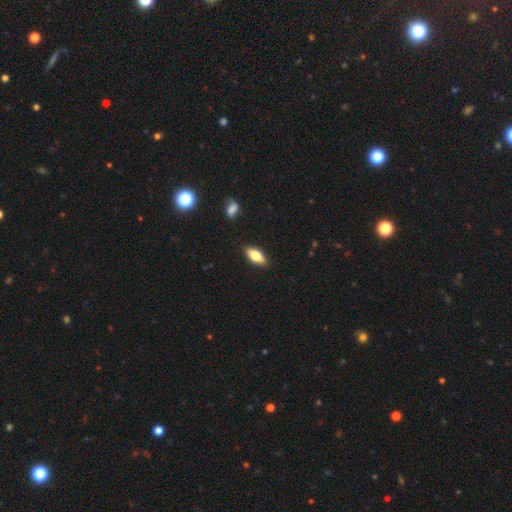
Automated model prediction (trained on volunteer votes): Morphology: type=smooth (71%); roundness=in between (77%); merging=none (87%).